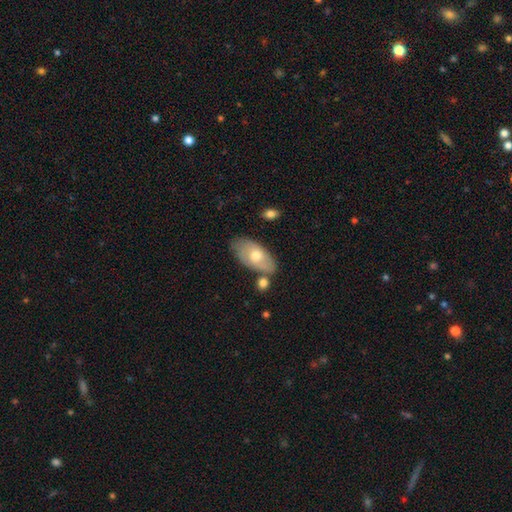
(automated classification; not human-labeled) This appears to be a smooth galaxy with no disk features (58%) that is in between round and cigar-shaped (92%). Merging: none (64%).